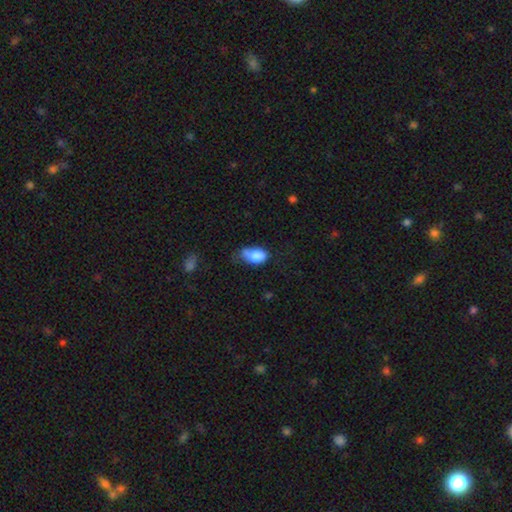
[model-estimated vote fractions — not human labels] Smooth or featured: smooth — 81% (featured or disk — 11%)
How rounded: in between — 90% (round — 8%)
Merging: minor disturbance — 36% (none — 34%)